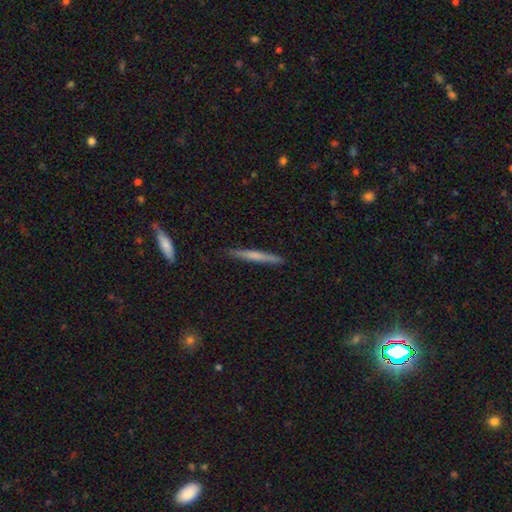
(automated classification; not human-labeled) Smooth or featured?
  - smooth: 54% *
  - featured or disk: 40%
  - star or artifact: 6%
How rounded?
  - cigar-shaped: 96% *
  - in between: 2%
  - round: 2%
Merging?
  - none: 89% *
  - minor disturbance: 8%
  - major disturbance: 1%
  - merger: 1%